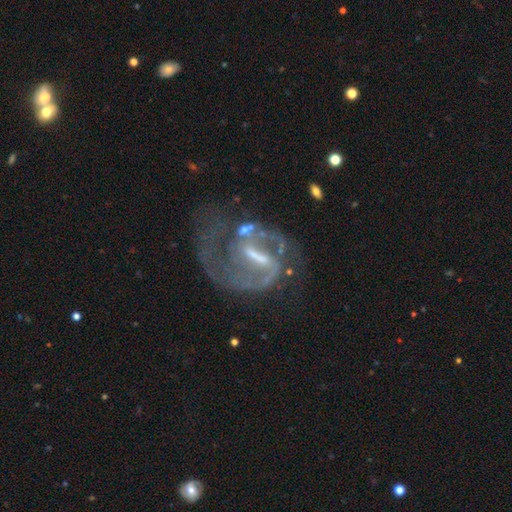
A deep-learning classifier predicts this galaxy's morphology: Overall: featured or disk (87%). Edge-on disk: no (97%). Bar: strong (51%; weak 39%). Spiral arms: yes (91%). Spiral arm count: 2 (76%). Spiral winding: medium (52%; tight 25%). Bulge size: small (40%; moderate 28%). Merging: none (49%; major disturbance 26%).